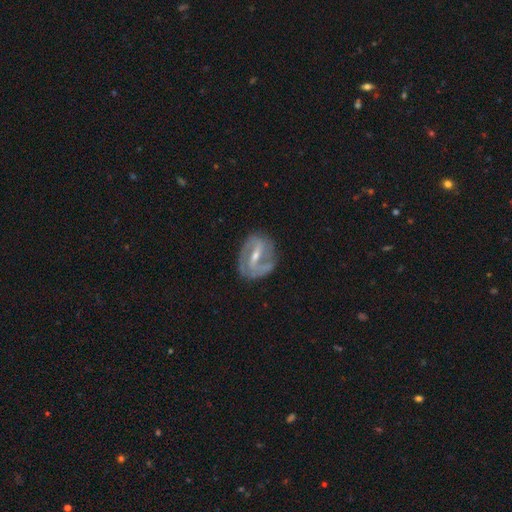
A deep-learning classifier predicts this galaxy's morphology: Q: Smooth or featured?
A: featured or disk (84%); runner-up: smooth (10%)
Q: Edge-on disk?
A: no (95%); runner-up: yes (5%)
Q: Bar?
A: strong (57%); runner-up: weak (32%)
Q: Spiral arms?
A: yes (88%); runner-up: no (12%)
Q: Spiral winding?
A: medium (42%); runner-up: tight (39%)
Q: Spiral arm count?
A: 2 (81%); runner-up: can't tell (10%)
Q: Bulge size?
A: small (49%); runner-up: moderate (46%)
Q: Merging?
A: none (77%); runner-up: minor disturbance (16%)